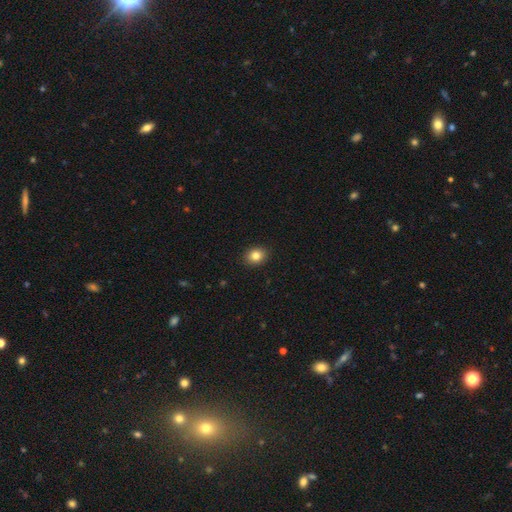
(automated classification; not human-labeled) A smooth galaxy with no disk features (83%) that is in between round and cigar-shaped (50%).

Vote fractions:
- Smooth or featured? smooth: 83% / star or artifact: 10% / featured or disk: 7%
- How rounded? in between: 50% / round: 49% / cigar-shaped: 1%
- Merging? none: 90% / minor disturbance: 7% / major disturbance: 2% / merger: 1%